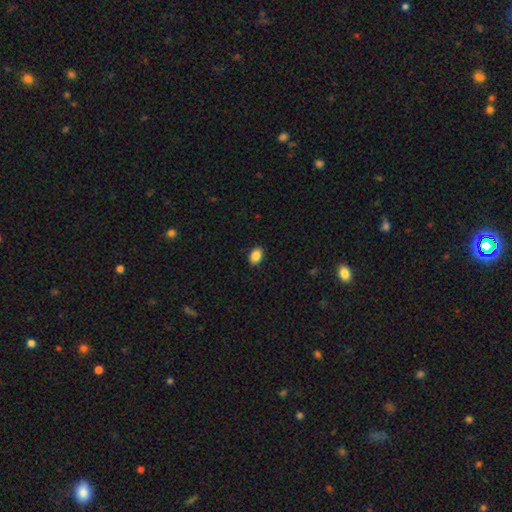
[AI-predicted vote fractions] Smooth or featured? Predicted: smooth (p=0.88). How rounded? Predicted: in between (p=0.81). Merging? Predicted: none (p=0.90).